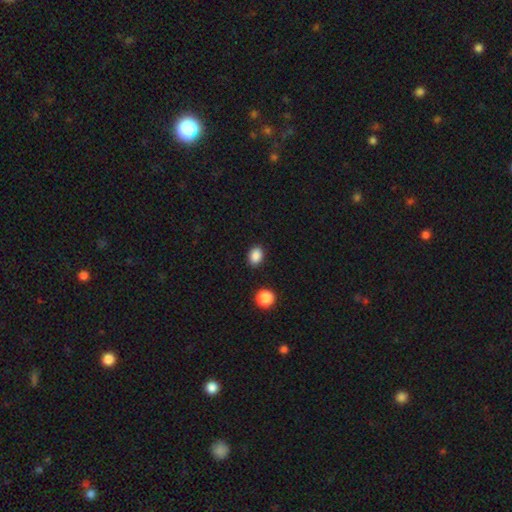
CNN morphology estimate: A smooth galaxy with no disk features (87%) that is in between round and cigar-shaped (68%). Merging: none (87%).